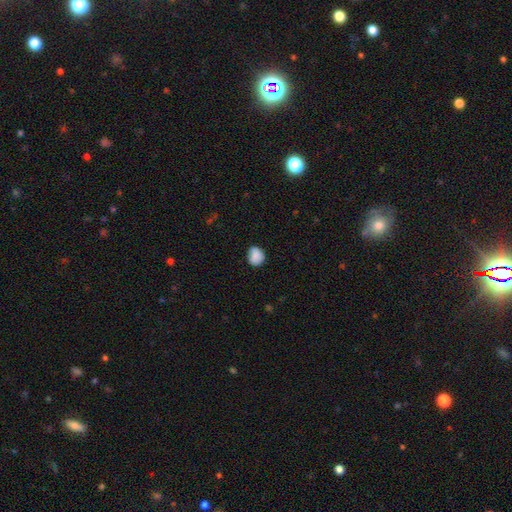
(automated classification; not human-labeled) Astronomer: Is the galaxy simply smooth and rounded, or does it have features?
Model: smooth — 84%.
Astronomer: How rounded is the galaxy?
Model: round — 69%.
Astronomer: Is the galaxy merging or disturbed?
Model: none — 74%.